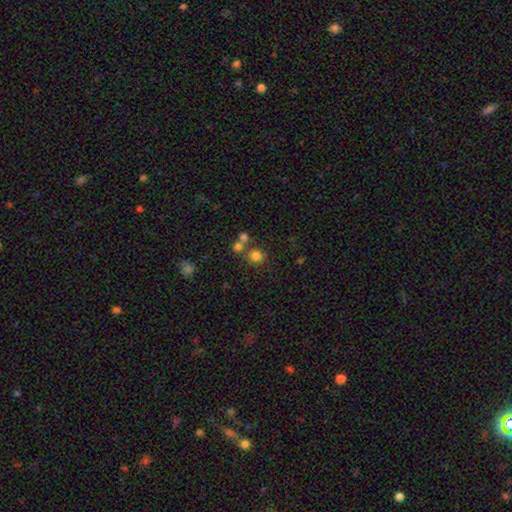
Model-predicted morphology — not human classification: This appears to be a smooth galaxy with no disk features (77%) that is round (90%). Merging: none (67%).